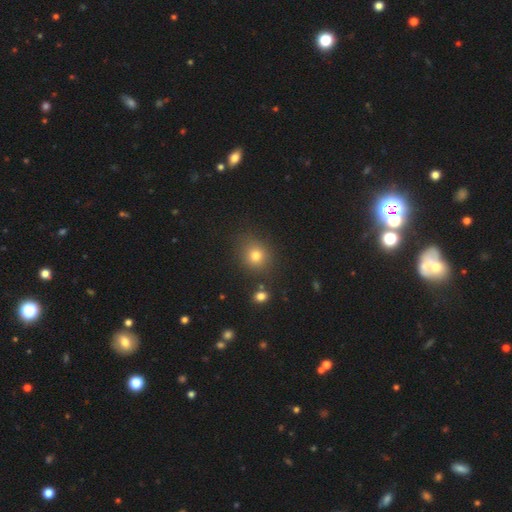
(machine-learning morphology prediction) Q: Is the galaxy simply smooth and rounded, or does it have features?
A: smooth — 76%.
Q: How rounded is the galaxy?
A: round — 79%.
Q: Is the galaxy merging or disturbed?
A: none — 82%.